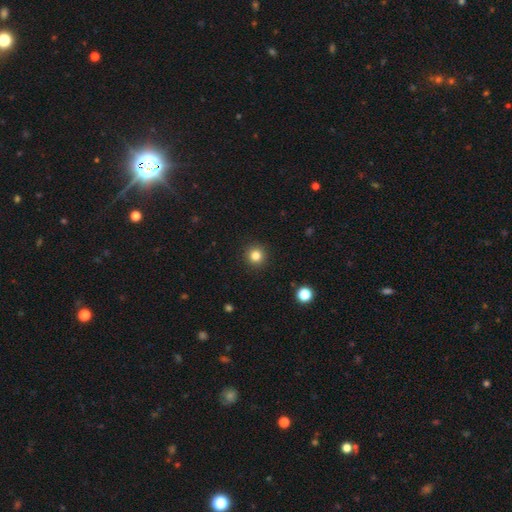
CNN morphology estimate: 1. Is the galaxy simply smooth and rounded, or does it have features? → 83% smooth, 12% star or artifact, 5% featured or disk.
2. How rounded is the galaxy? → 95% round, 4% in between, 1% cigar-shaped.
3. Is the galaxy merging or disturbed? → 93% none, 5% minor disturbance, 2% major disturbance, 1% merger.